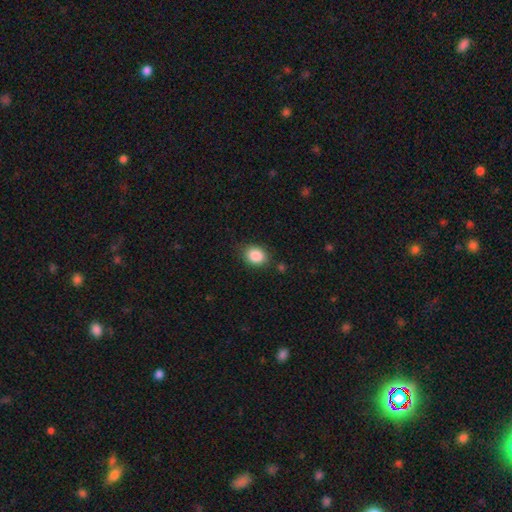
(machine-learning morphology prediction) Smooth or featured? smooth (87%)
How rounded? in between (54%)
Merging? none (81%)